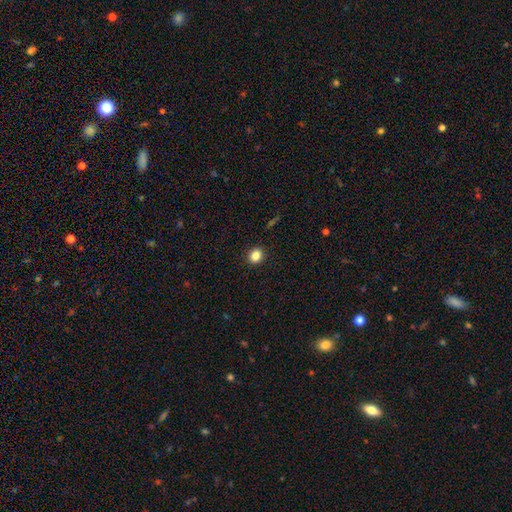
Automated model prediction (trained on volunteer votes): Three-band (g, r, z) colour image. It shows a smooth galaxy with no disk features (85%) that is round (74%). Merging: none (92%).